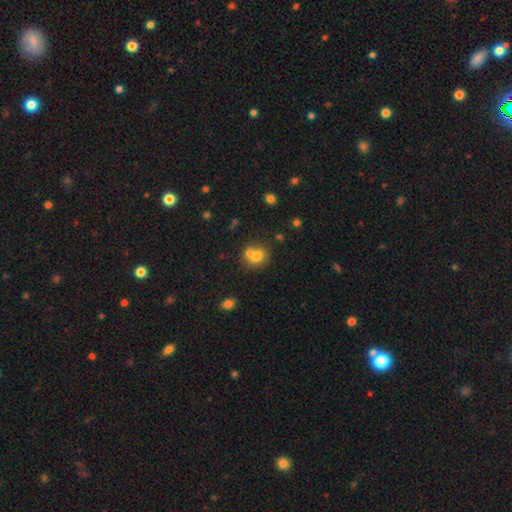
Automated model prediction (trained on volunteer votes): Q: Smooth or featured?
A: smooth (71%); runner-up: featured or disk (16%)
Q: How rounded?
A: round (71%); runner-up: in between (28%)
Q: Merging?
A: merger (47%); runner-up: none (41%)